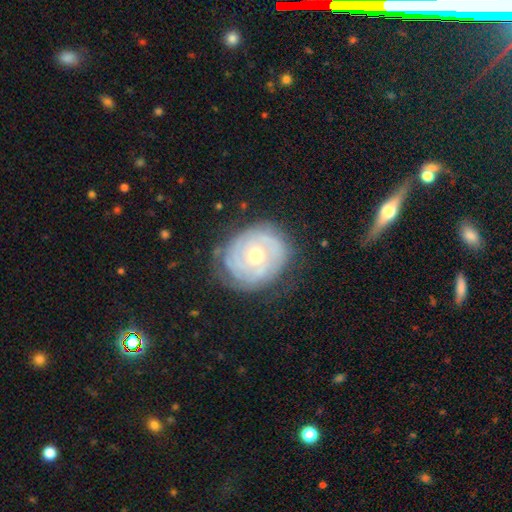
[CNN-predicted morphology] Smooth or featured?
  - featured or disk: 78% *
  - smooth: 16%
  - star or artifact: 6%
Edge-on disk?
  - no: 97% *
  - yes: 3%
Bar?
  - no: 79% *
  - weak: 17%
  - strong: 4%
Spiral arms?
  - yes: 86% *
  - no: 14%
Spiral winding?
  - tight: 79% *
  - medium: 15%
  - loose: 5%
Spiral arm count?
  - can't tell: 44% *
  - 2: 22%
  - 3: 16%
  - 4: 7%
  - 1: 6%
  - more than 4: 5%
Bulge size?
  - moderate: 68% *
  - small: 27%
  - large: 3%
  - dominant: 1%
  - none: 1%
Merging?
  - none: 74% *
  - minor disturbance: 18%
  - major disturbance: 6%
  - merger: 1%